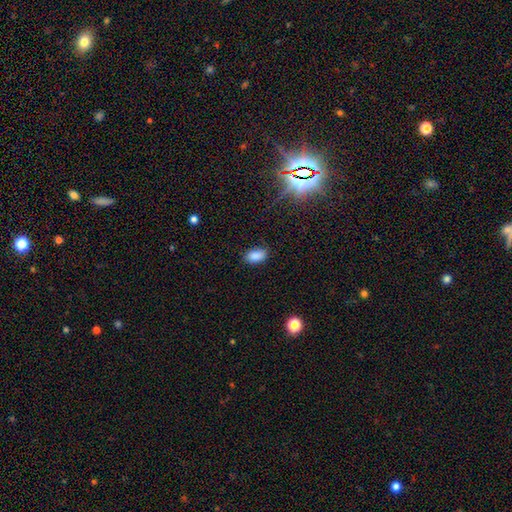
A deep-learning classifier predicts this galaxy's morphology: Smooth or featured? smooth (86%)
How rounded? in between (92%)
Merging? none (81%)